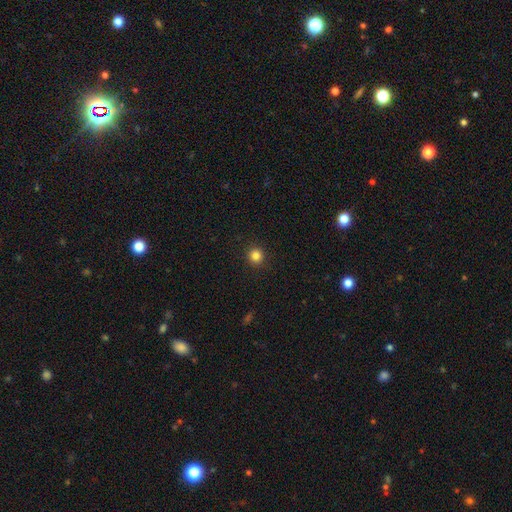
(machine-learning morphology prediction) Overall: smooth (84%). How rounded: round (92%). Merging: none (92%).